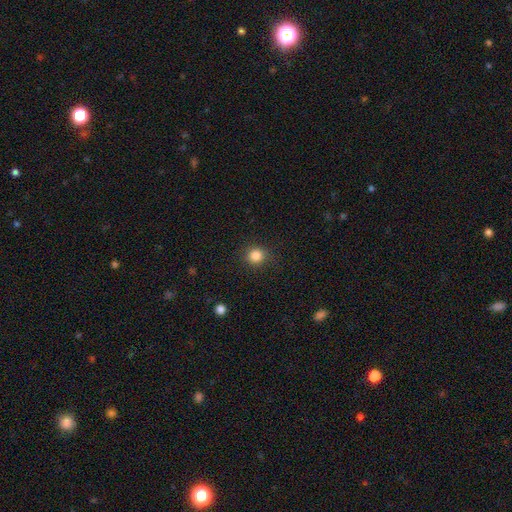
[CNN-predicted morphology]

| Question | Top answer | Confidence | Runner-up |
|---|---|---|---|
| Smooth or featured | smooth | 85% | star or artifact (11%) |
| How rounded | round | 90% | in between (9%) |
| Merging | none | 88% | minor disturbance (8%) |